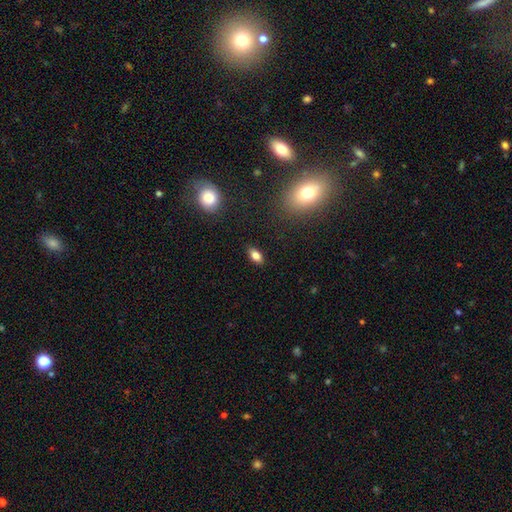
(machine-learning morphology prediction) Smooth or featured? Predicted: smooth (p=0.80). How rounded? Predicted: in between (p=0.87). Merging? Predicted: none (p=0.87).